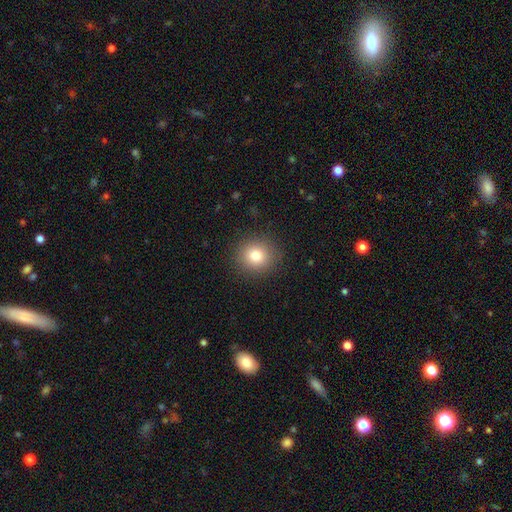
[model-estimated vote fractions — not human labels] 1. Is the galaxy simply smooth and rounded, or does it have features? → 80% smooth, 12% star or artifact, 8% featured or disk.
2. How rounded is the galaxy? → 88% round, 11% in between, 1% cigar-shaped.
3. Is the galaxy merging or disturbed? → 89% none, 7% minor disturbance, 3% major disturbance, 1% merger.